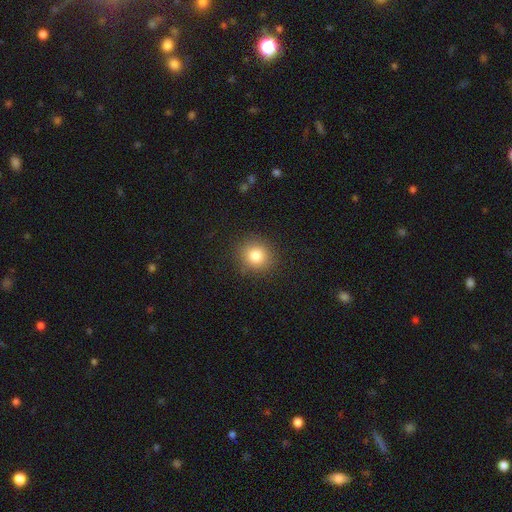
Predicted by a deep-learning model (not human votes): The model was most divided on "smooth or featured": smooth: 82%, star or artifact: 11%, featured or disk: 6%. More confident: merging — none (88%); how rounded — round (86%).